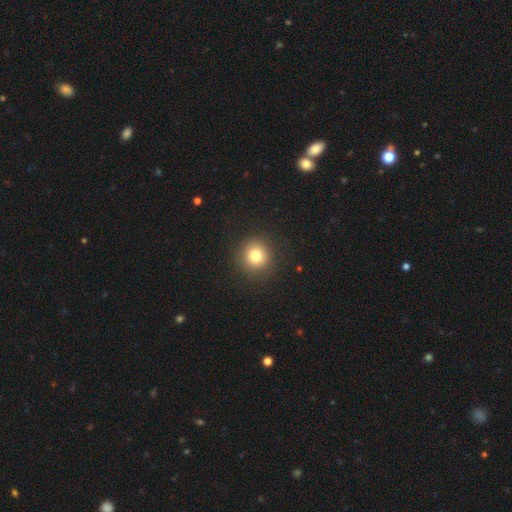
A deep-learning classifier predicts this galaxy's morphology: A smooth galaxy with no disk features (79%) that is round (92%).

Vote fractions:
- Smooth or featured? smooth: 79% / star or artifact: 12% / featured or disk: 9%
- How rounded? round: 92% / in between: 7% / cigar-shaped: 1%
- Merging? none: 89% / minor disturbance: 7% / major disturbance: 3% / merger: 1%